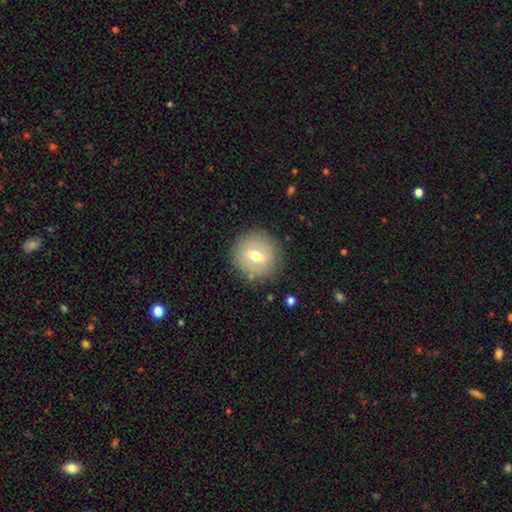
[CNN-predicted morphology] Q: Smooth or featured?
A: smooth (53%); runner-up: featured or disk (38%)
Q: How rounded?
A: round (90%); runner-up: in between (9%)
Q: Merging?
A: none (85%); runner-up: minor disturbance (10%)